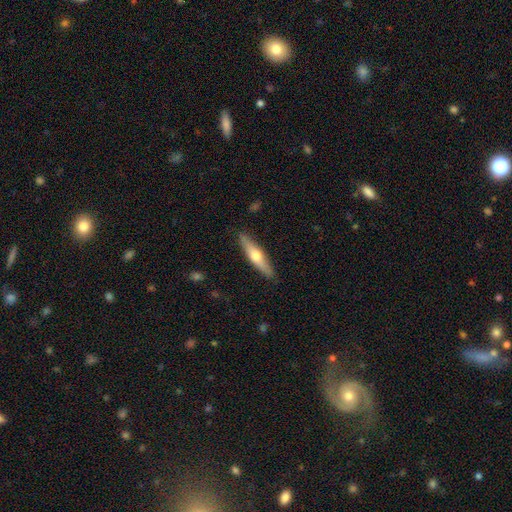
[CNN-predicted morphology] A featured or disk galaxy (48%).

Vote fractions:
- Smooth or featured? featured or disk: 48% / smooth: 47% / star or artifact: 5%
- Merging? none: 88% / minor disturbance: 9% / major disturbance: 2% / merger: 1%